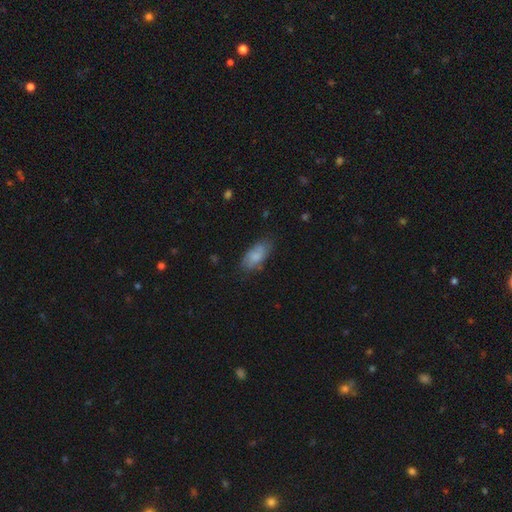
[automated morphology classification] The model was most divided on "merging": none: 64%, minor disturbance: 25%, major disturbance: 7%, merger: 3%. More confident: how rounded — in between (90%); smooth or featured — smooth (67%).